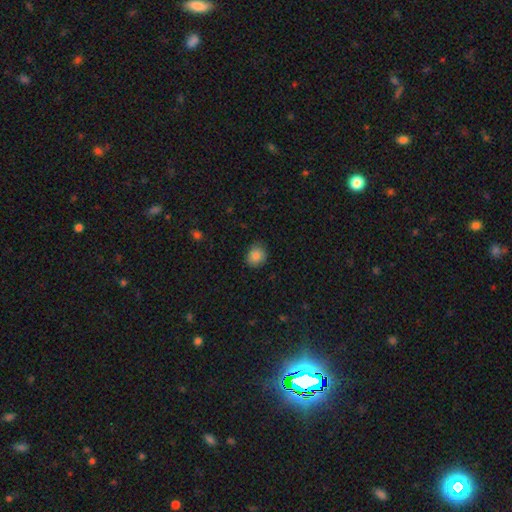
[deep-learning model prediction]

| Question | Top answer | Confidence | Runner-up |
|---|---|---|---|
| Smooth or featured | smooth | 85% | star or artifact (9%) |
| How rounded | round | 69% | in between (30%) |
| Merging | none | 81% | minor disturbance (15%) |